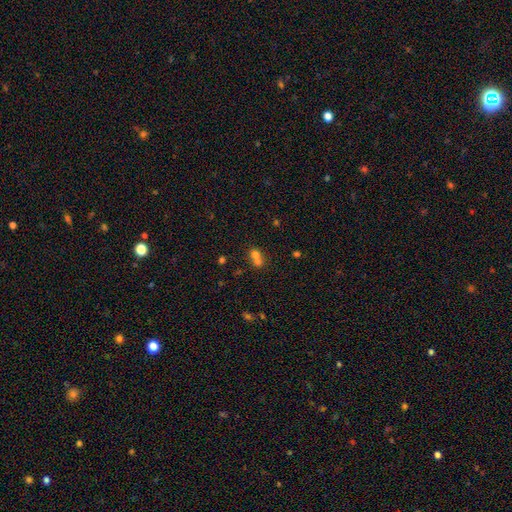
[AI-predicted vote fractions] This appears to be a smooth galaxy with no disk features (68%) that is round (70%). Merging: merger (64%).